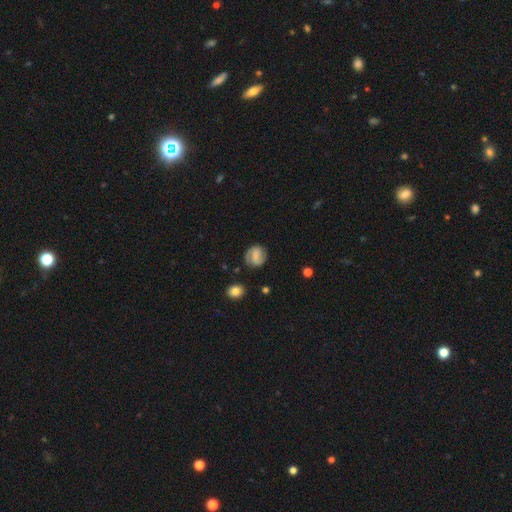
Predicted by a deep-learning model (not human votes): A featured or disk galaxy (51%). Merging: none (75%).